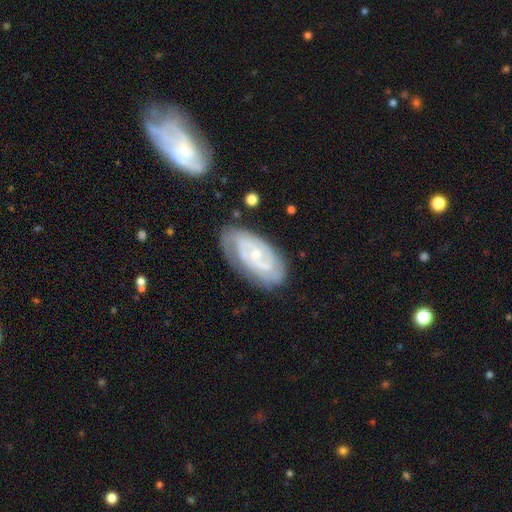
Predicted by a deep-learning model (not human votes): A featured or disk galaxy (79%) with no bar (65%), 2 (44%) tight (64%) spiral arms (90%) and a small central bulge (73%).

Vote fractions:
- Smooth or featured? featured or disk: 79% / smooth: 15% / star or artifact: 6%
- Edge-on disk? no: 95% / yes: 5%
- Bar? no: 65% / weak: 28% / strong: 7%
- Spiral arms? yes: 90% / no: 10%
- Spiral winding? tight: 64% / medium: 29% / loose: 8%
- Spiral arm count? 2: 44% / can't tell: 33% / 3: 11% / 1: 5% / 4: 4% / more than 4: 3%
- Bulge size? small: 73% / moderate: 23% / none: 3% / large: 1% / dominant: 1%
- Merging? none: 70% / minor disturbance: 20% / major disturbance: 7% / merger: 3%